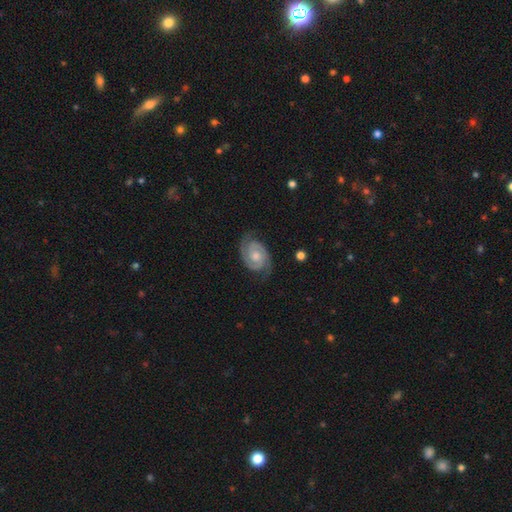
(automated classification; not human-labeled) Morphology: type=featured or disk (91%); edge-on=no (98%); bar=no (67%); spiral arms=yes (98%); winding=tight (62%); arm count=2 (92%); bulge=moderate (60%); merging=none (80%).